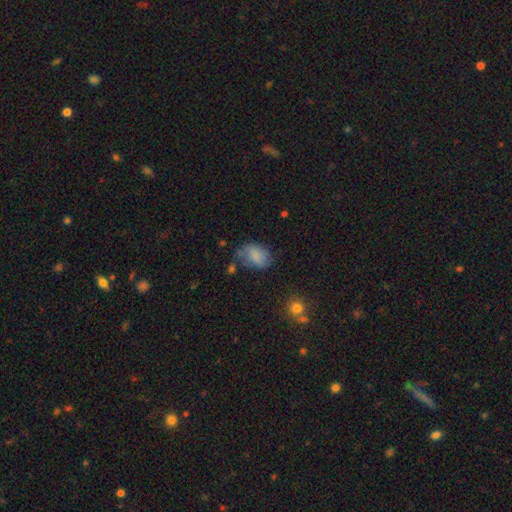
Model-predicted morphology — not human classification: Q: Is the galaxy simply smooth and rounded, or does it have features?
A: smooth — 74%.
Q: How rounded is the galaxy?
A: in between — 82%.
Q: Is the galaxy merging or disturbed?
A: none — 50%.